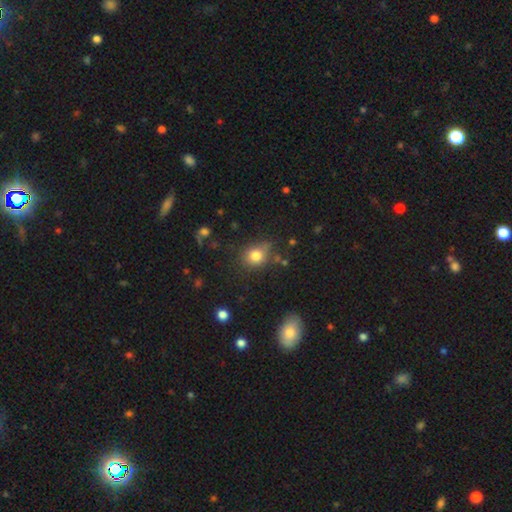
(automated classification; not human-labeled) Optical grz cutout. It shows a smooth galaxy with no disk features (80%) that is round (65%). Merging: none (72%).